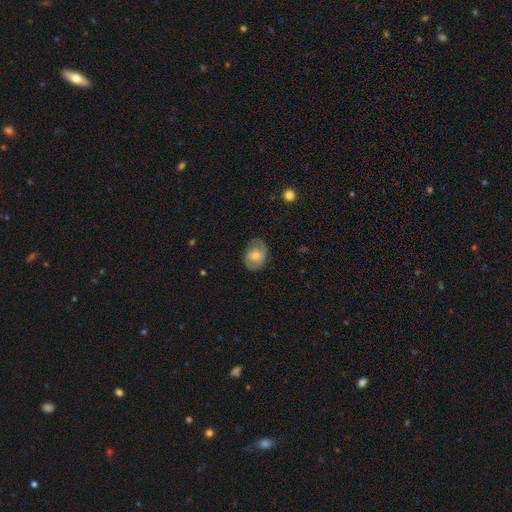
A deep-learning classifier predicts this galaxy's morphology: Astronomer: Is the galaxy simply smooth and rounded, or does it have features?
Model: featured or disk — 64%.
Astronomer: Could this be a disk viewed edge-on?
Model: no — 96%.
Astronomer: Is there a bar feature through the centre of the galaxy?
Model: no — 65%.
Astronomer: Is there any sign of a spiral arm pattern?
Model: yes — 84%.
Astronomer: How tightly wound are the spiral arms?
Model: medium — 42% (runner-up: tight, 39%).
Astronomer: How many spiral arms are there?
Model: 2 — 71%.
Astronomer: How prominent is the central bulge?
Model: moderate — 54% (runner-up: small, 40%).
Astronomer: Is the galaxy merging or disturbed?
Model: none — 70%.